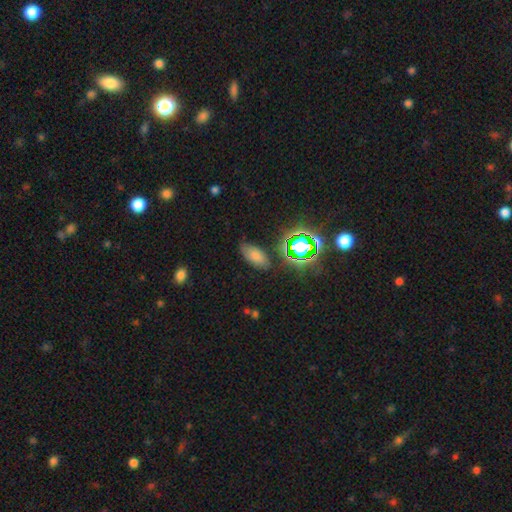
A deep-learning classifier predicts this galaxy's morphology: smooth-or-featured: smooth: 55% | star or artifact: 32% | featured or disk: 13%
  how-rounded: in between: 84% | round: 8% | cigar-shaped: 8%
  merging: none: 80% | minor disturbance: 13% | major disturbance: 4% | merger: 3%